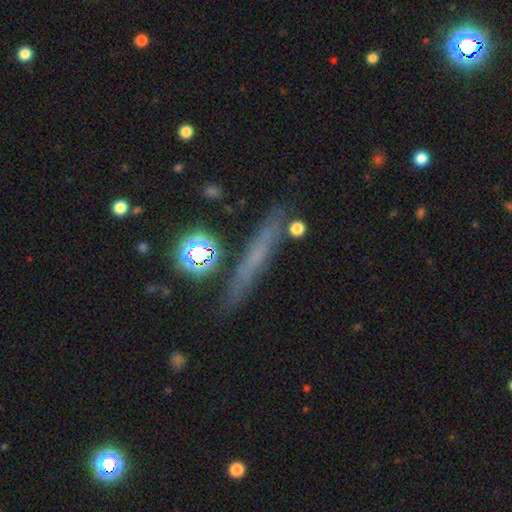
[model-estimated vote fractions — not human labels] This appears to be a smooth galaxy with no disk features (44%). Merging: none (81%).